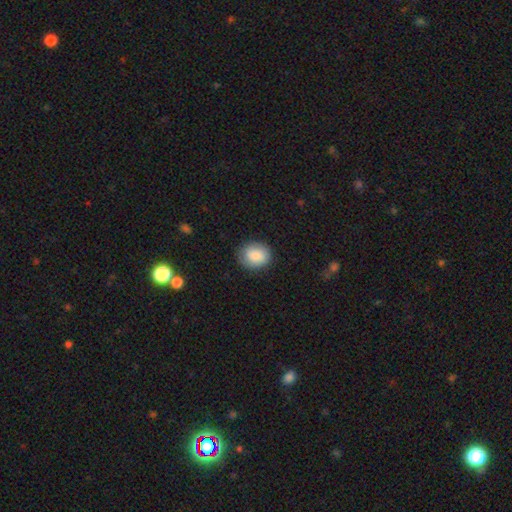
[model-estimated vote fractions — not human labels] This appears to be a smooth galaxy with no disk features (86%) that is round (62%). Merging: none (83%).